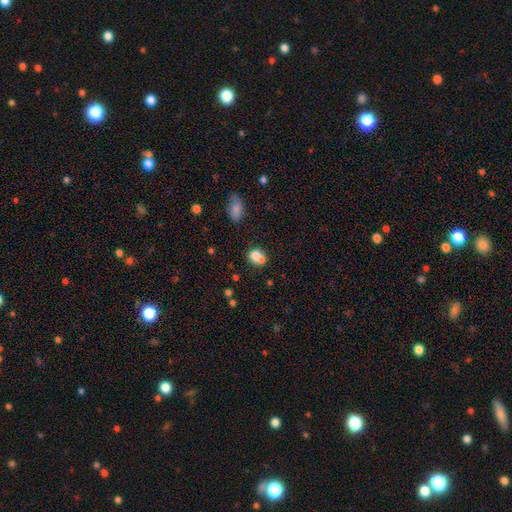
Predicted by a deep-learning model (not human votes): A smooth galaxy with no disk features (75%) that is round (69%). Merging: merger (52%).